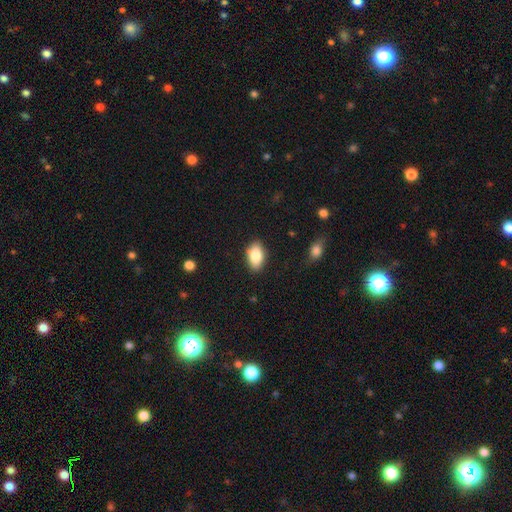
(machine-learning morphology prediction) Smooth or featured? Predicted: smooth (p=0.85). How rounded? Predicted: in between (p=0.91). Merging? Predicted: none (p=0.85).